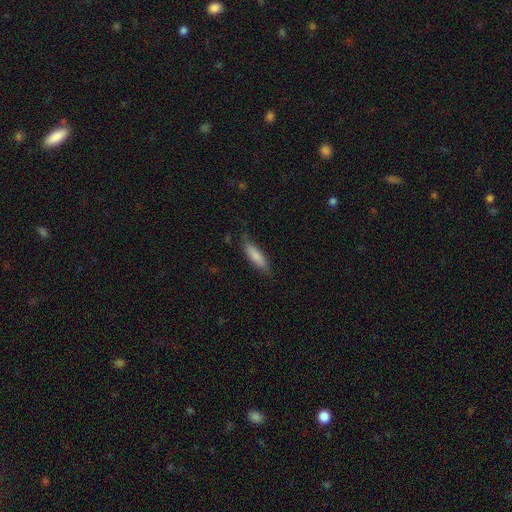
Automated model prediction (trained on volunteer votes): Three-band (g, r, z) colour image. It shows a smooth galaxy with no disk features (82%) that is cigar-shaped (63%). Merging: none (76%).